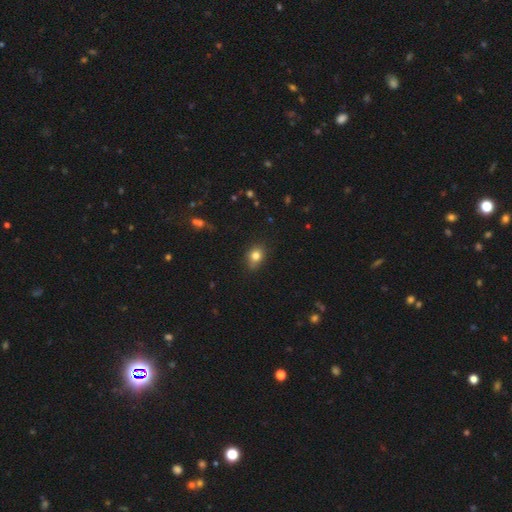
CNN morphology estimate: Smooth or featured? Predicted: smooth (p=0.80). How rounded? Predicted: in between (p=0.52). Merging? Predicted: none (p=0.79).